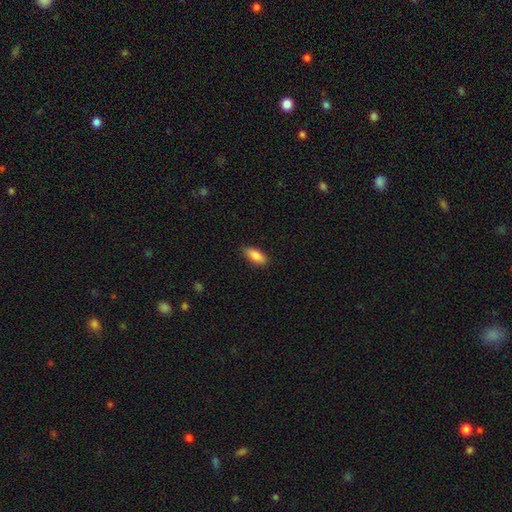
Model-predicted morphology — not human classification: Smooth or featured? smooth (87%)
How rounded? in between (85%)
Merging? none (88%)